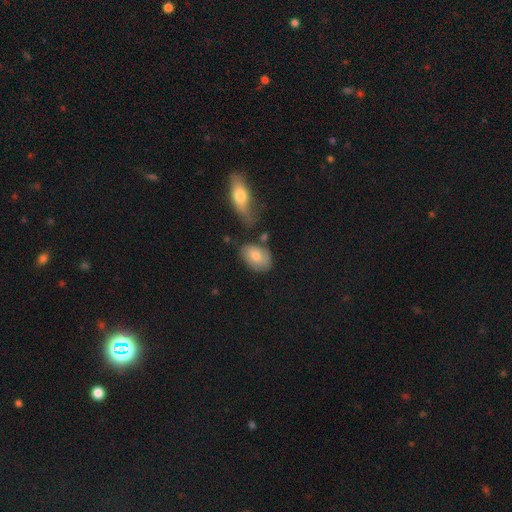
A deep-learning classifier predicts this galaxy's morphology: smooth_or_featured: smooth (p=0.67) [alt: featured or disk p=0.25]
how_rounded: in between (p=0.81) [alt: round p=0.17]
merging: none (p=0.63) [alt: minor disturbance p=0.21]